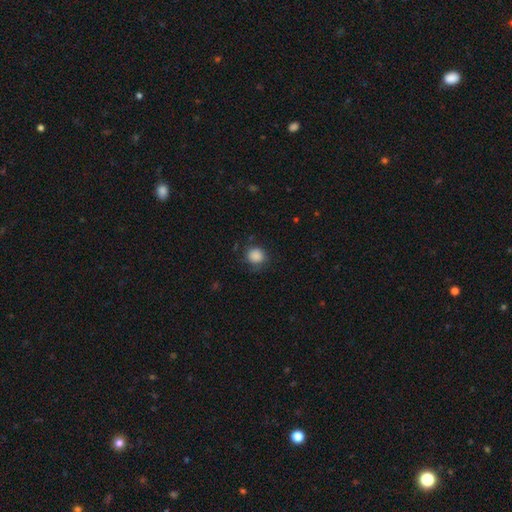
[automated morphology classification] Smooth or featured?
  - smooth: 87% *
  - star or artifact: 9%
  - featured or disk: 4%
How rounded?
  - round: 86% *
  - in between: 13%
  - cigar-shaped: 1%
Merging?
  - none: 77% *
  - minor disturbance: 16%
  - major disturbance: 6%
  - merger: 1%